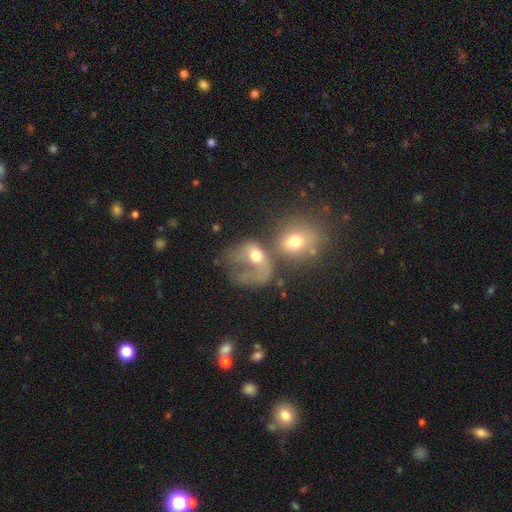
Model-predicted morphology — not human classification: Q: Smooth or featured?
A: smooth (53%); runner-up: featured or disk (35%)
Q: How rounded?
A: round (52%); runner-up: in between (47%)
Q: Merging?
A: merger (59%); runner-up: major disturbance (22%)